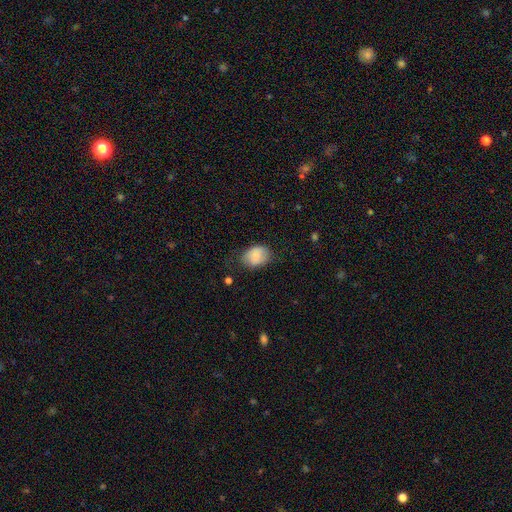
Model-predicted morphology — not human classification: A smooth galaxy with no disk features (81%) that is in between round and cigar-shaped (72%). Merging: none (65%).